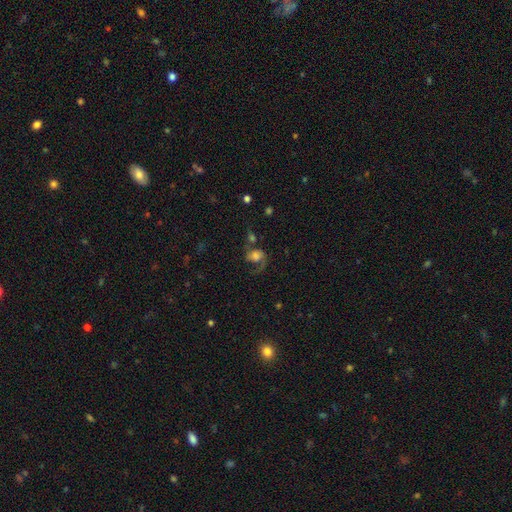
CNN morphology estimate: A featured or disk galaxy (47%). Merging: major disturbance (38%).